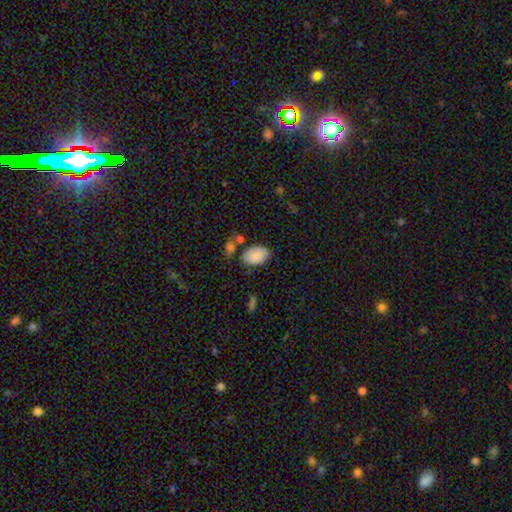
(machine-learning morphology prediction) Smooth or featured? smooth (87%)
How rounded? in between (91%)
Merging? none (71%)